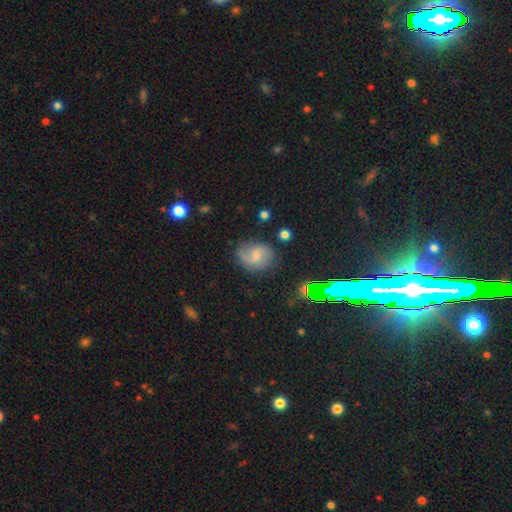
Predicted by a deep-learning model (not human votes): A featured or disk galaxy (45%). Merging: none (65%).